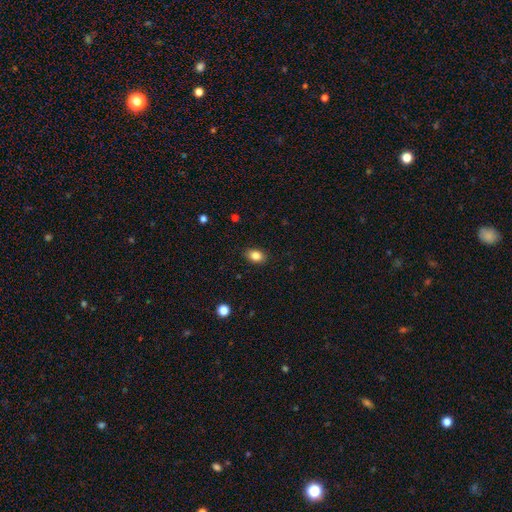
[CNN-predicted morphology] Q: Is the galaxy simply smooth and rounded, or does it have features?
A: smooth — 85%.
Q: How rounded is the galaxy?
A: in between — 76%.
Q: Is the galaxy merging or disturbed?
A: none — 88%.